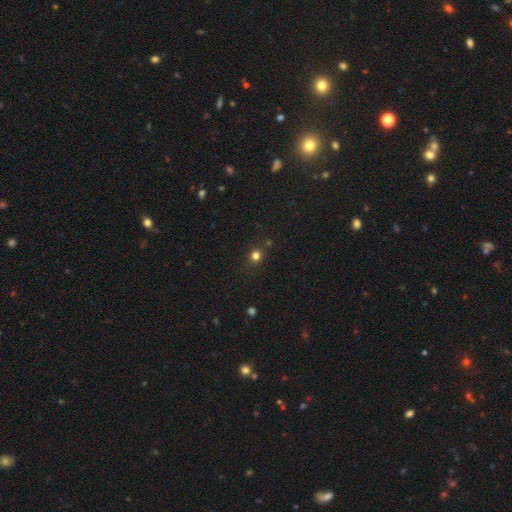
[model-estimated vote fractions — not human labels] Q: Smooth or featured?
A: smooth (72%); runner-up: star or artifact (22%)
Q: How rounded?
A: round (87%); runner-up: in between (11%)
Q: Merging?
A: none (82%); runner-up: minor disturbance (10%)